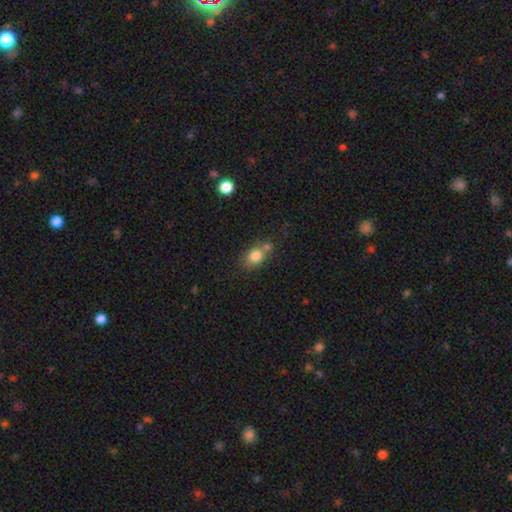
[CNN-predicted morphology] Overall: smooth (80%). How rounded: in between (57%; round 41%). Merging: none (50%; merger 30%).